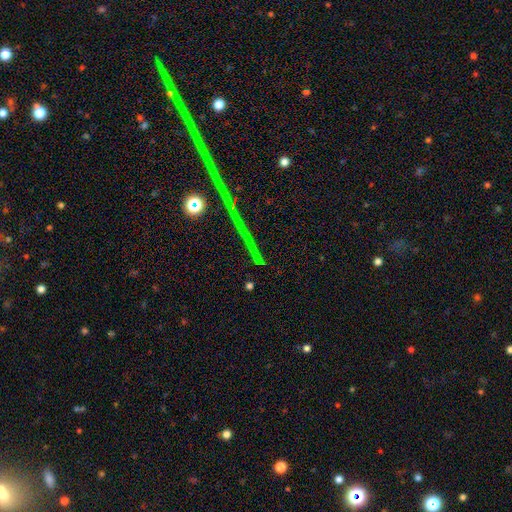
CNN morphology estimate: star or artifact 76%, featured or disk 12%, smooth 12%.